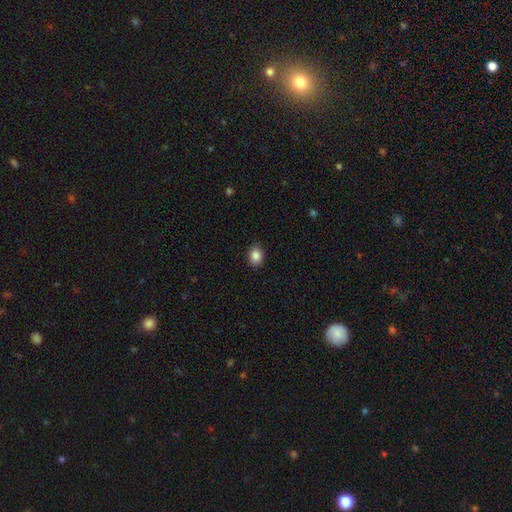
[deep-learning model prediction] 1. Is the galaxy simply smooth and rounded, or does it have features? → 86% smooth, 9% star or artifact, 5% featured or disk.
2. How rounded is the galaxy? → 57% in between, 42% round, 1% cigar-shaped.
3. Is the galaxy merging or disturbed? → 90% none, 7% minor disturbance, 2% major disturbance, 1% merger.